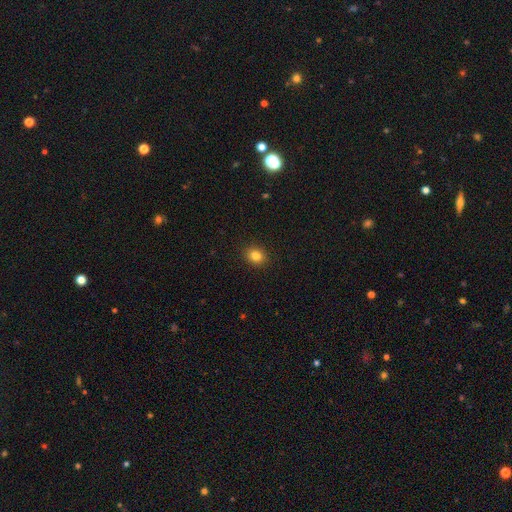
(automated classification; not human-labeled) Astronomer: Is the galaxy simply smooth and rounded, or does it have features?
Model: smooth — 83%.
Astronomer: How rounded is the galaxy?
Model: round — 60% (runner-up: in between, 39%).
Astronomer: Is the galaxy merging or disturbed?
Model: none — 91%.